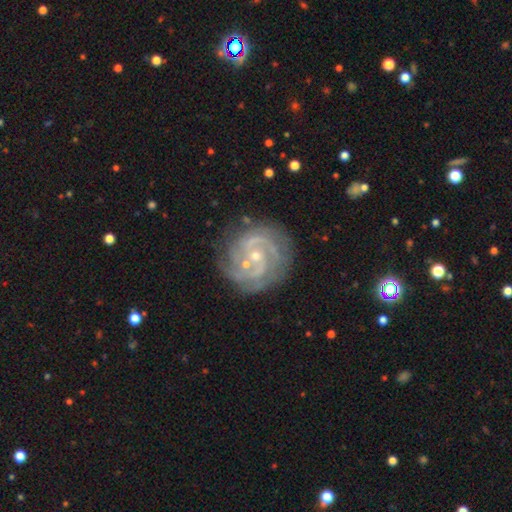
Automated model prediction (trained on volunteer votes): This appears to be a featured or disk galaxy (88%) with no bar (60%), 2 (44%) tight (64%) spiral arms (97%) and a small central bulge (72%). Merging: none (76%).